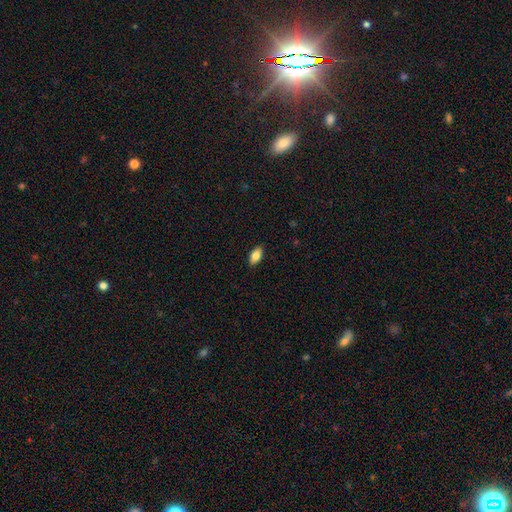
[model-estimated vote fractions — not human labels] Smooth or featured? Predicted: smooth (p=0.80). How rounded? Predicted: in between (p=0.89). Merging? Predicted: none (p=0.88).